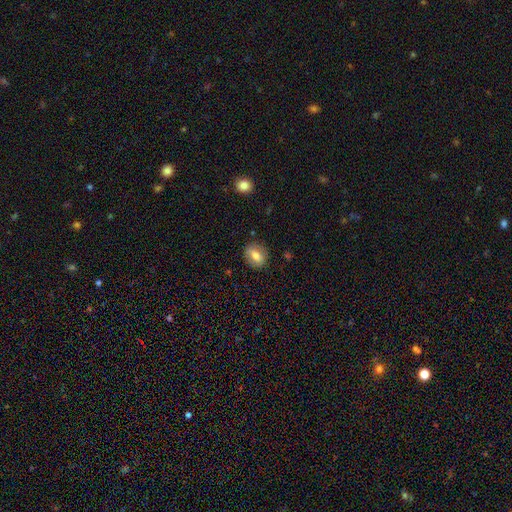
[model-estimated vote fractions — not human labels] The model was most divided on "how rounded": round: 58%, in between: 40%, cigar-shaped: 1%. More confident: merging — none (85%); smooth or featured — smooth (68%).